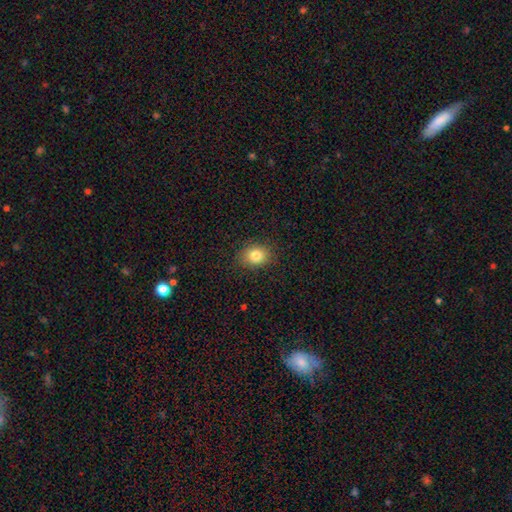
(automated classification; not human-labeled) Smooth or featured?
  - smooth: 82% *
  - star or artifact: 10%
  - featured or disk: 8%
How rounded?
  - in between: 52% *
  - round: 47%
  - cigar-shaped: 1%
Merging?
  - none: 87% *
  - minor disturbance: 9%
  - major disturbance: 3%
  - merger: 1%